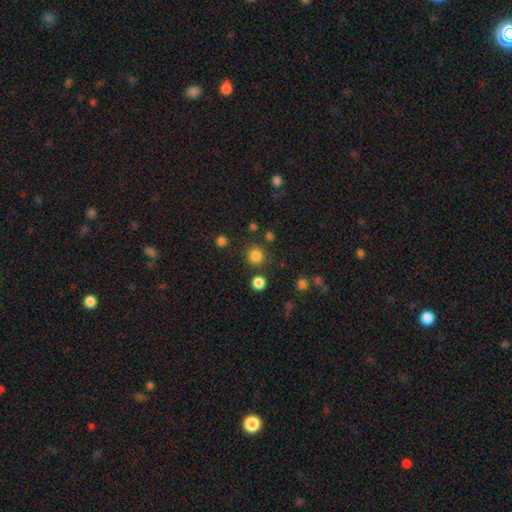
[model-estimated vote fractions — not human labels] A smooth galaxy with no disk features (82%) that is round (92%).

Vote fractions:
- Smooth or featured? smooth: 82% / star or artifact: 14% / featured or disk: 4%
- How rounded? round: 92% / in between: 7% / cigar-shaped: 1%
- Merging? none: 83% / minor disturbance: 8% / merger: 6% / major disturbance: 4%